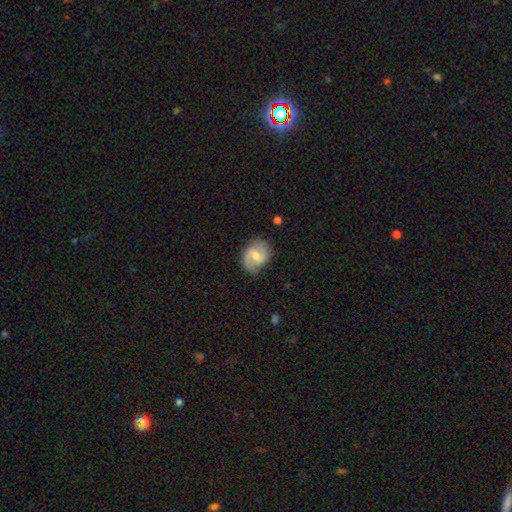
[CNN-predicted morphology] The model was most divided on "bulge size": moderate: 53%, small: 39%, none: 4%, large: 3%, dominant: 1%. Remaining: edge-on disk — no (98%); spiral arms — yes (92%); spiral arm count — 2 (84%); merging — none (72%); smooth or featured — featured or disk (71%); bar — weak (59%); spiral winding — medium (48%).